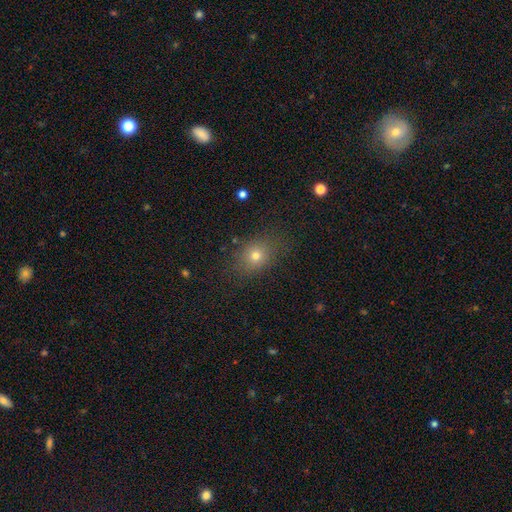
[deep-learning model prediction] smooth_or_featured: smooth (p=0.73) [alt: star or artifact p=0.16]
how_rounded: in between (p=0.54) [alt: round p=0.44]
merging: none (p=0.81) [alt: minor disturbance p=0.12]